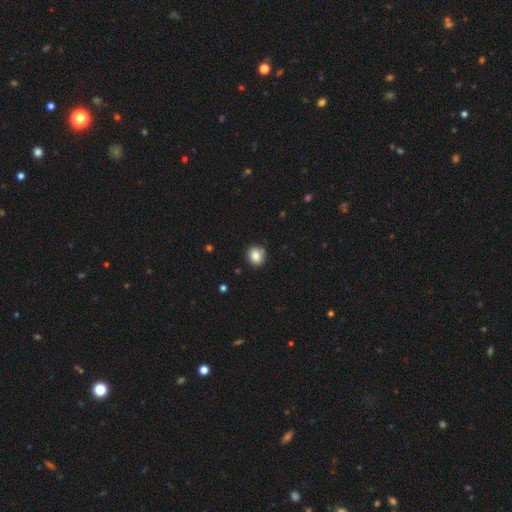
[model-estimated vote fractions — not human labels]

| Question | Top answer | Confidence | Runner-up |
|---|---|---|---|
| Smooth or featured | smooth | 85% | star or artifact (9%) |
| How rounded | round | 76% | in between (23%) |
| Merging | none | 81% | minor disturbance (14%) |